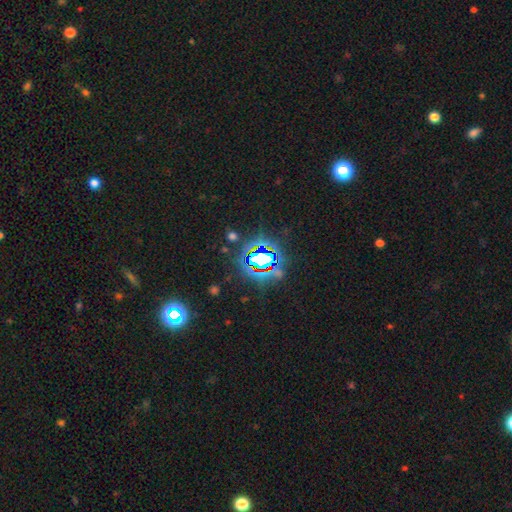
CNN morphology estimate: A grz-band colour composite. It shows a star or artifact, not a galaxy (76%).